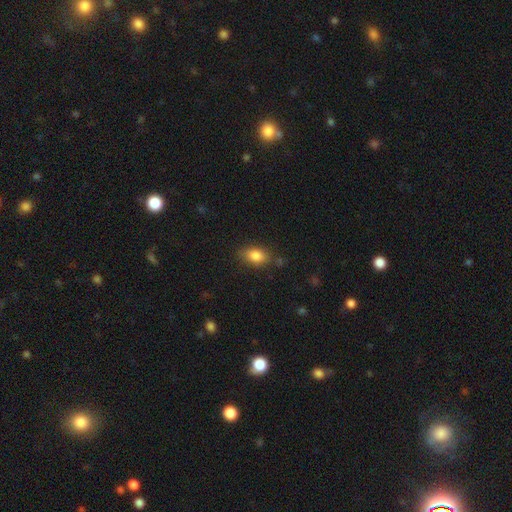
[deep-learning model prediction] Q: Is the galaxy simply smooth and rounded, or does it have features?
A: smooth — 84%.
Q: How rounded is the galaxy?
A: in between — 85%.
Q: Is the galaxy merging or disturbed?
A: none — 77%.